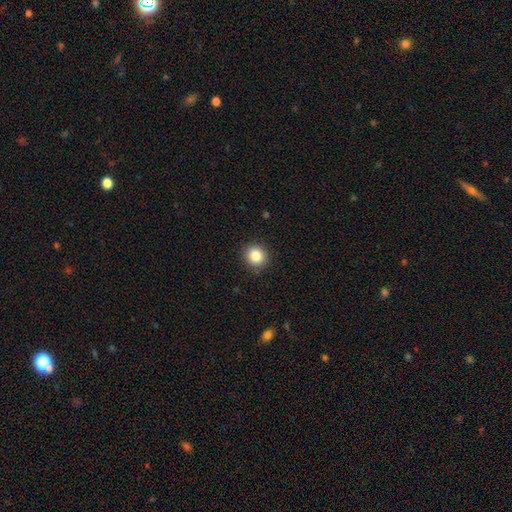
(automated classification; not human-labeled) Smooth or featured? Predicted: smooth (p=0.84). How rounded? Predicted: round (p=0.89). Merging? Predicted: none (p=0.91).